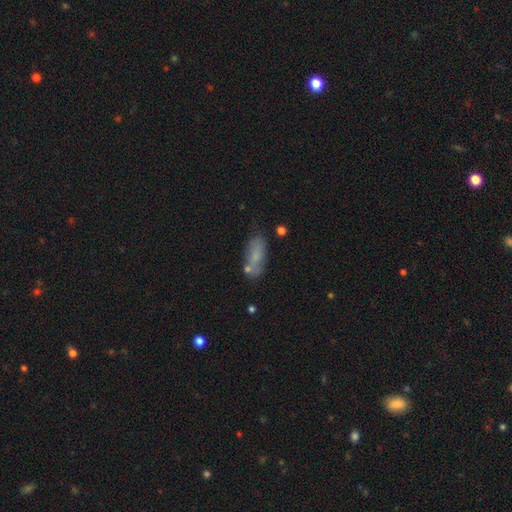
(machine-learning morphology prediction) Overall: smooth (72%). How rounded: in between (77%). Merging: none (59%; minor disturbance 21%).